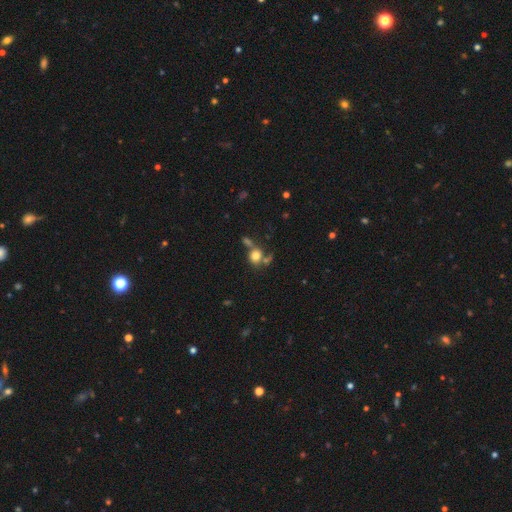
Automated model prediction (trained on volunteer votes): smooth-or-featured: smooth: 74% | star or artifact: 13% | featured or disk: 13%
  how-rounded: round: 69% | in between: 29% | cigar-shaped: 2%
  merging: none: 44% | merger: 32% | minor disturbance: 14% | major disturbance: 10%